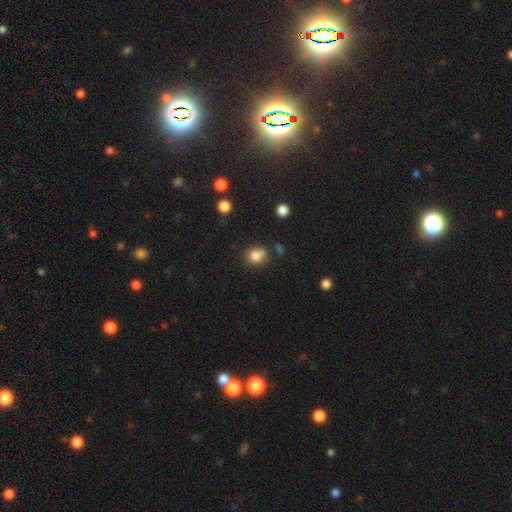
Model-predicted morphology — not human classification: smooth 82%, star or artifact 11%, featured or disk 7%. Down the decision tree: how rounded — round (70%); merging — none (65%).